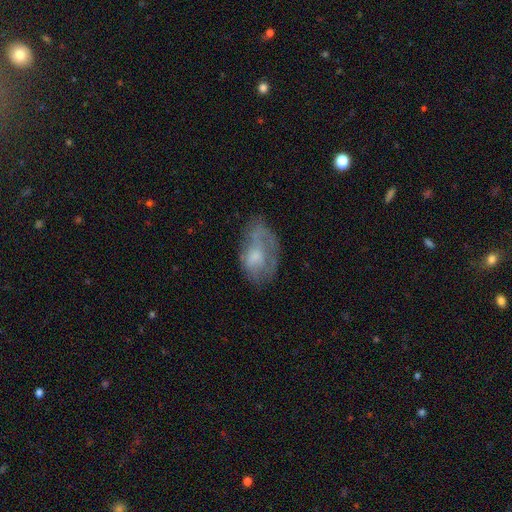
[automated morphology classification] smooth_or_featured: featured or disk (p=0.48) [alt: smooth p=0.43]
merging: none (p=0.48) [alt: minor disturbance p=0.27]